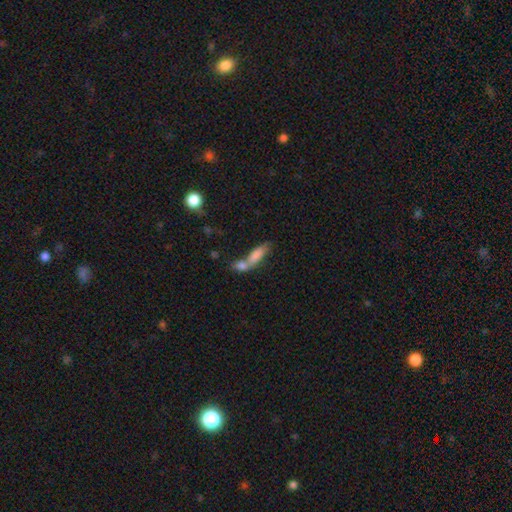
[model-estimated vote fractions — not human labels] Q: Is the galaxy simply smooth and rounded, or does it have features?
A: smooth — 78%.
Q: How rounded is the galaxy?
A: in between — 58%.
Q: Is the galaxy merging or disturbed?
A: merger — 61%.